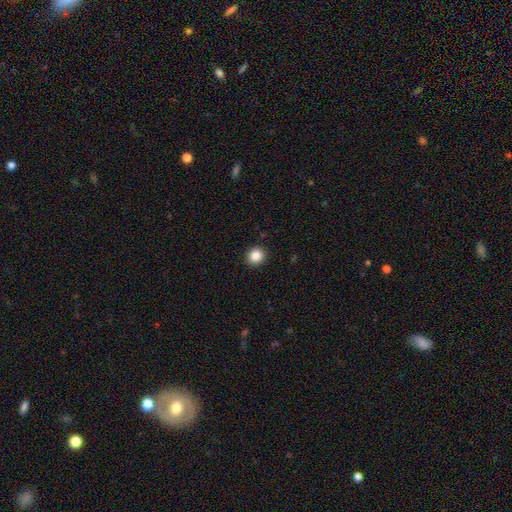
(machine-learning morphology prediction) This appears to be a smooth galaxy with no disk features (87%) that is round (89%). Merging: none (92%).